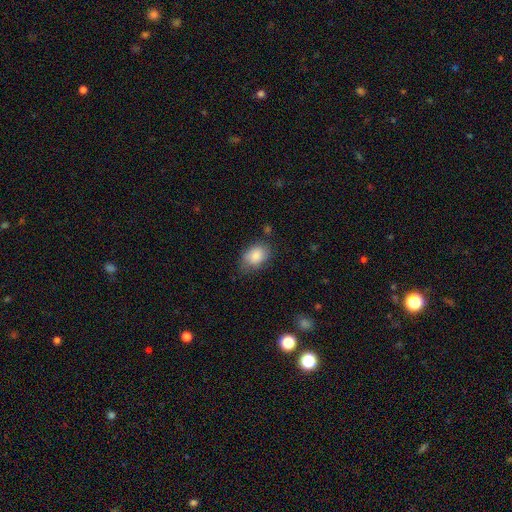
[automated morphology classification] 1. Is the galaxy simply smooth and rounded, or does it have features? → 85% smooth, 8% featured or disk, 7% star or artifact.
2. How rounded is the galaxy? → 77% in between, 22% round, 1% cigar-shaped.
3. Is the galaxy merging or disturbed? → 71% none, 22% minor disturbance, 5% major disturbance, 2% merger.